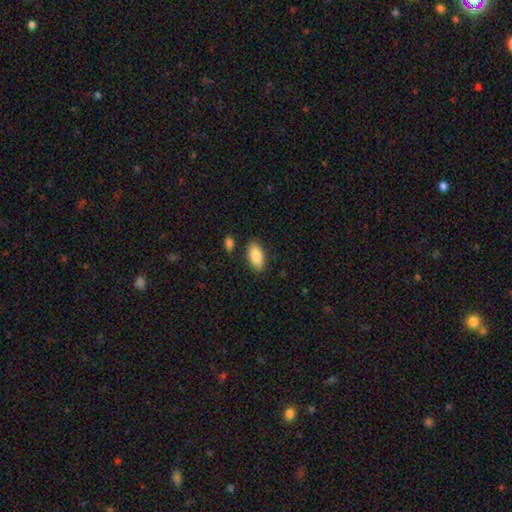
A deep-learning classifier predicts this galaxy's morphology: Smooth or featured? Predicted: smooth (p=0.84). How rounded? Predicted: in between (p=0.92). Merging? Predicted: none (p=0.84).